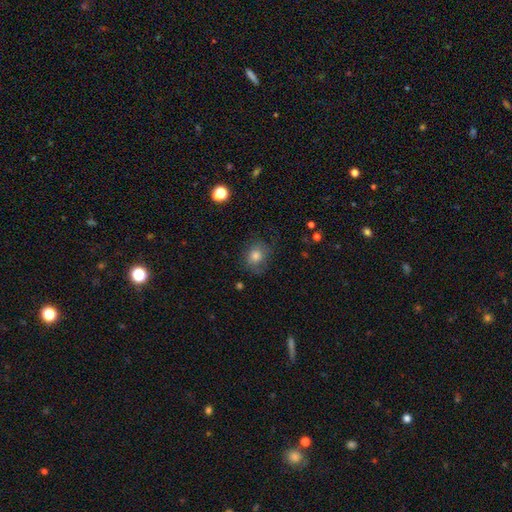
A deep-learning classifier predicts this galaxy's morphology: This is likely a smooth galaxy (76%). How rounded: likely round (67%). Merging: likely none (69%).